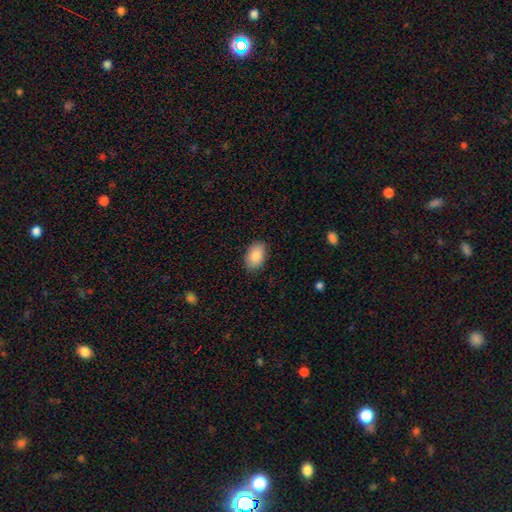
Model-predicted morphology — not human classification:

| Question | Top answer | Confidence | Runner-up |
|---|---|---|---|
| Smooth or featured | smooth | 88% | star or artifact (7%) |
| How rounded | in between | 90% | round (9%) |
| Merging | none | 85% | minor disturbance (11%) |